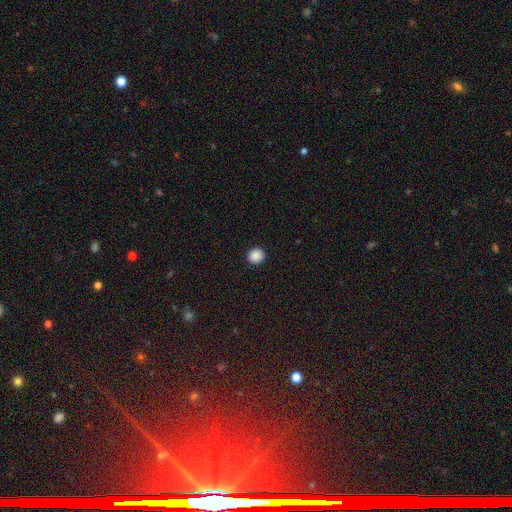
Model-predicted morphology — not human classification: type=smooth (88%); roundness=round (92%); merging=none (93%).